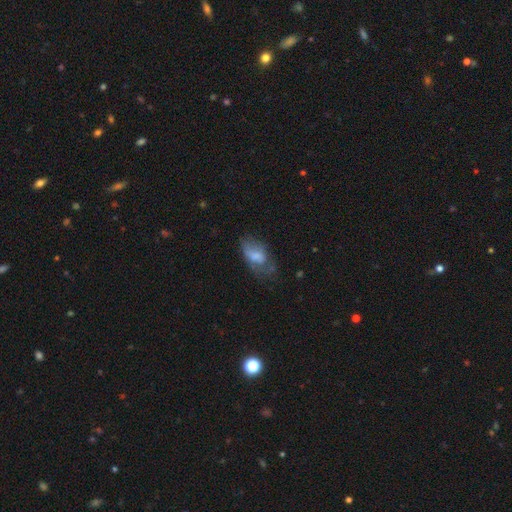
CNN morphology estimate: Smooth or featured? Predicted: smooth (p=0.62). How rounded? Predicted: in between (p=0.91). Merging? Predicted: none (p=0.37).